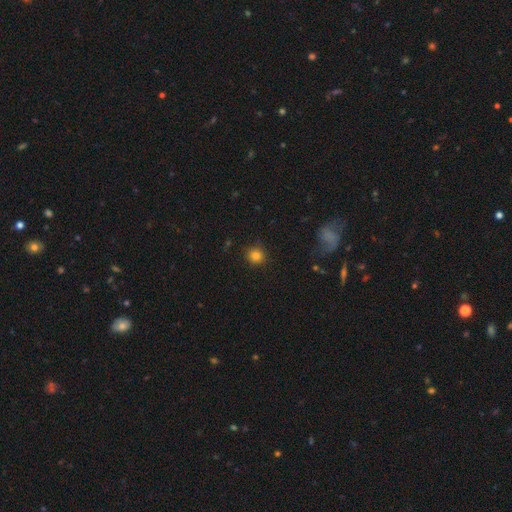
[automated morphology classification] type=smooth (83%); roundness=round (90%); merging=none (87%).